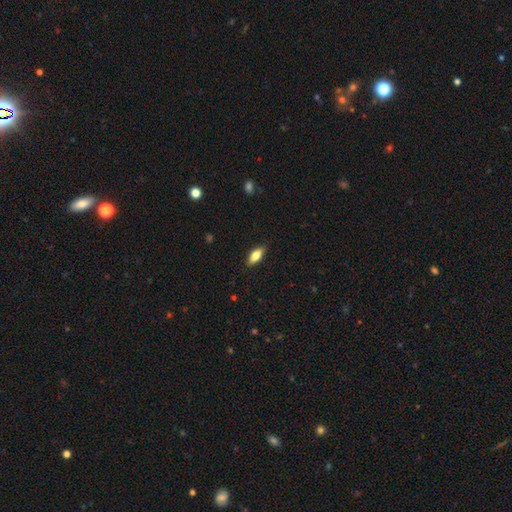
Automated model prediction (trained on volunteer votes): This appears to be a smooth galaxy with no disk features (74%) that is in between round and cigar-shaped (76%). Merging: none (86%).